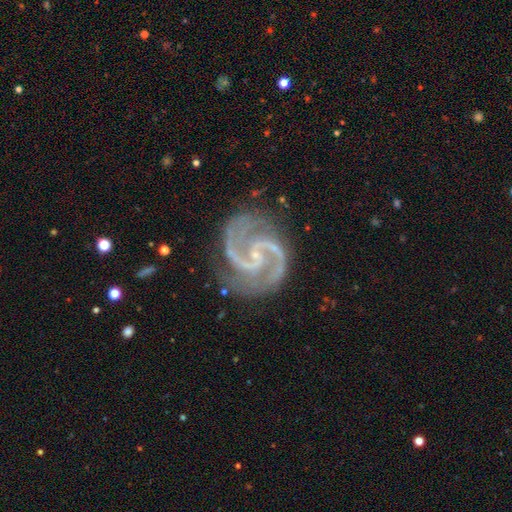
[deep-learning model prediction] Smooth or featured: featured or disk — 94% (star or artifact — 4%)
Edge-on disk: no — 99% (yes — 1%)
Bar: weak — 40% (tied with no — 40%)
Spiral arms: yes — 99% (no — 1%)
Spiral winding: medium — 66% (tight — 21%)
Spiral arm count: 2 — 92% (3 — 2%)
Bulge size: small — 80% (none — 11%)
Merging: none — 77% (minor disturbance — 15%)